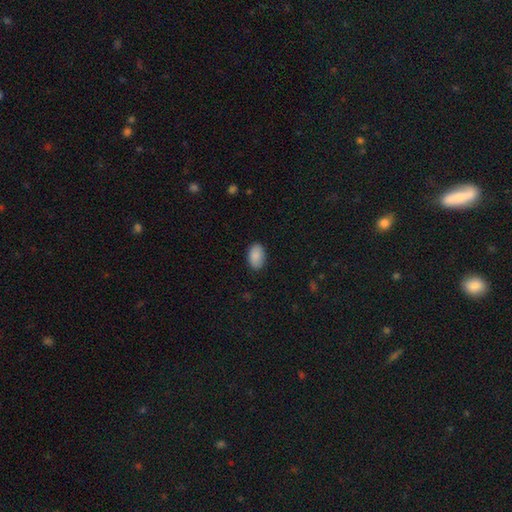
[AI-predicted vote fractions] Smooth or featured? Predicted: smooth (p=0.90). How rounded? Predicted: in between (p=0.91). Merging? Predicted: none (p=0.87).